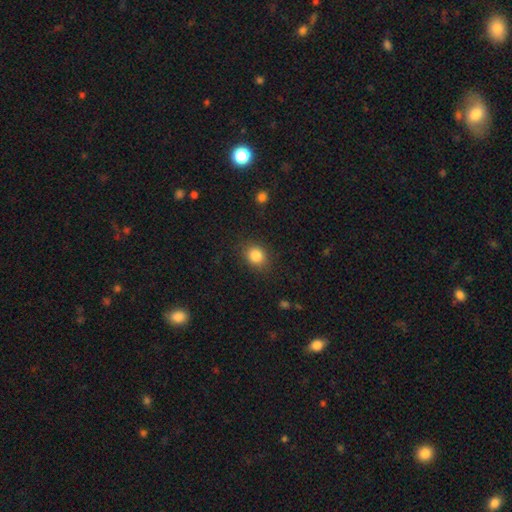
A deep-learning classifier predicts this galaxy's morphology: Smooth or featured? smooth (84%)
How rounded? round (63%)
Merging? none (85%)